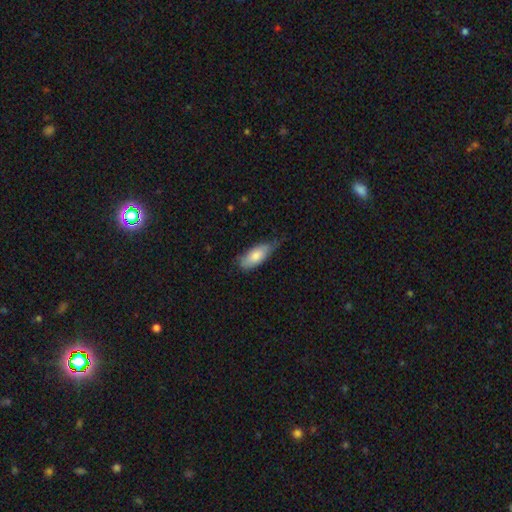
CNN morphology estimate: Smooth or featured?
  - smooth: 77% *
  - featured or disk: 17%
  - star or artifact: 6%
How rounded?
  - in between: 81% *
  - cigar-shaped: 17%
  - round: 2%
Merging?
  - none: 54% *
  - minor disturbance: 37%
  - major disturbance: 7%
  - merger: 1%